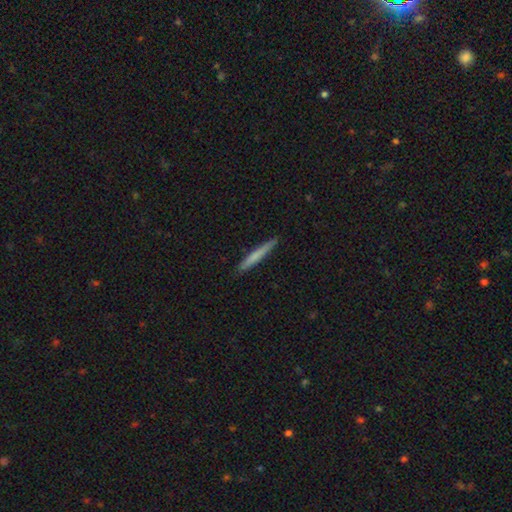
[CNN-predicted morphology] Smooth or featured? Predicted: smooth (p=0.68). How rounded? Predicted: cigar-shaped (p=0.96). Merging? Predicted: none (p=0.90).